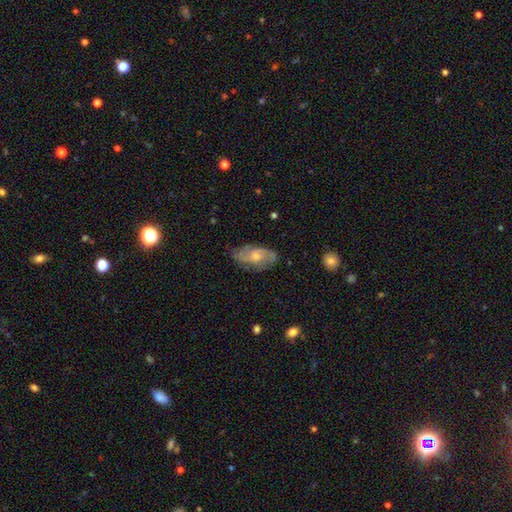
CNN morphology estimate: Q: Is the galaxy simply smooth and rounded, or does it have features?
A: featured or disk — 64%.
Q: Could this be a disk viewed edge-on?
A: no — 92%.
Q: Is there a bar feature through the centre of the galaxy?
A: no — 67%.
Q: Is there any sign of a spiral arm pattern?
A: yes — 85%.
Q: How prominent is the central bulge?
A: moderate — 56%.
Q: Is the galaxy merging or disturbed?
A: none — 77%.